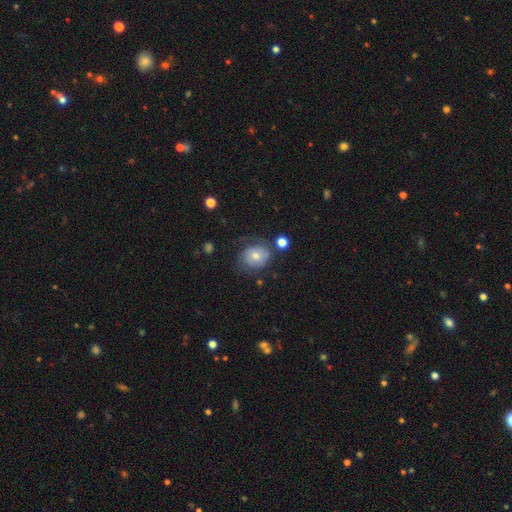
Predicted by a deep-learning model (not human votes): smooth_or_featured: smooth (p=0.51) [alt: featured or disk p=0.39]
how_rounded: round (p=0.59) [alt: in between p=0.41]
merging: none (p=0.51) [alt: minor disturbance p=0.25]